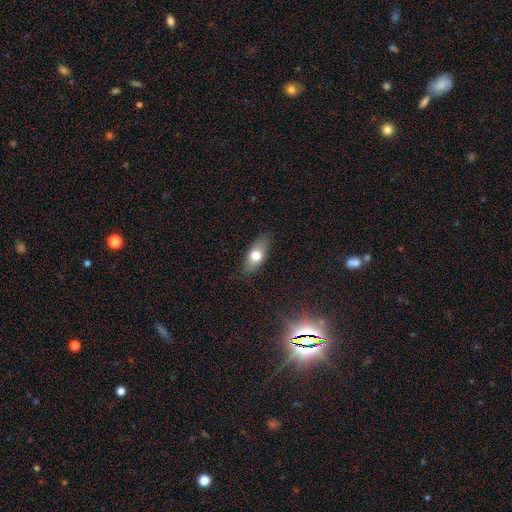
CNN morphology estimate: A smooth galaxy with no disk features (70%) that is in between round and cigar-shaped (81%). Merging: none (83%).